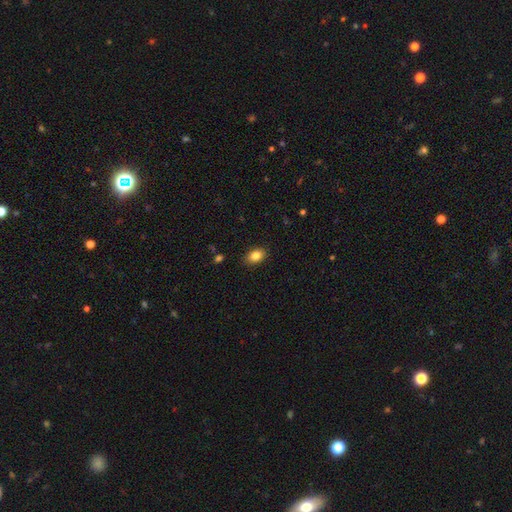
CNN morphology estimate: This is clearly a smooth galaxy (85%). How rounded: clearly in between (82%). Merging: clearly none (88%).